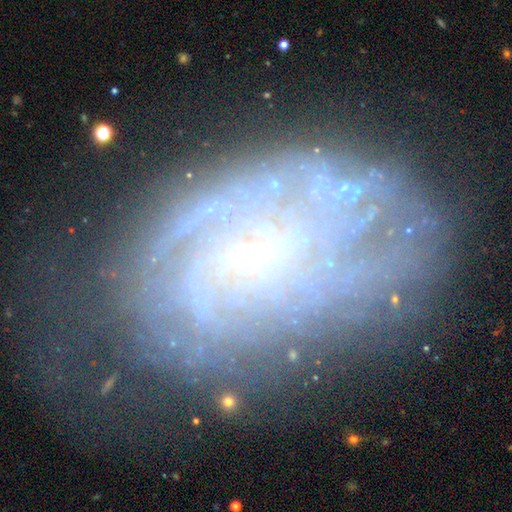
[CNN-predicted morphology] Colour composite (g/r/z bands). It shows a featured or disk galaxy (75%) with no bar (61%), tight (62%) spiral arms (86%) and a small central bulge (78%). Merging: none (61%).